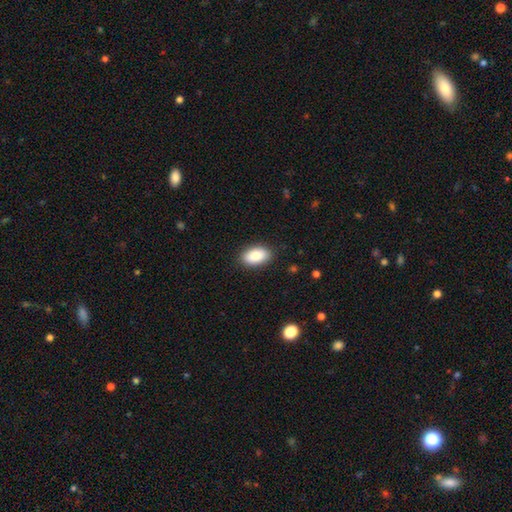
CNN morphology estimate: smooth 87%, star or artifact 7%, featured or disk 7%. Down the decision tree: how rounded — in between (93%); merging — none (88%).